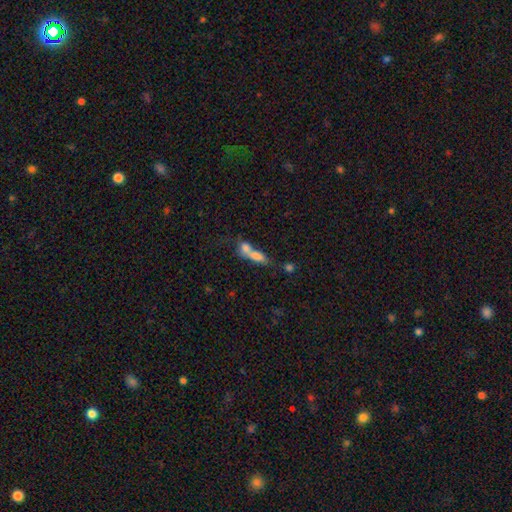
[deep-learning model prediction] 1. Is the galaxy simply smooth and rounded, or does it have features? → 70% smooth, 19% featured or disk, 11% star or artifact.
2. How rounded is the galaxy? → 61% in between, 26% cigar-shaped, 13% round.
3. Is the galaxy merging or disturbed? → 68% merger, 19% none, 7% minor disturbance, 6% major disturbance.